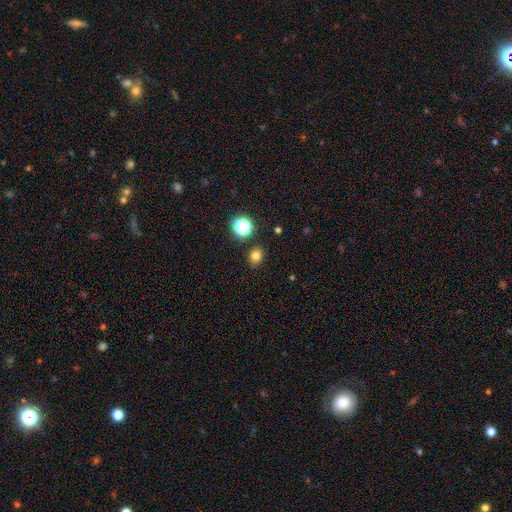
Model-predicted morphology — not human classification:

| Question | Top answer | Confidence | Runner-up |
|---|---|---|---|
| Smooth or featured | smooth | 77% | star or artifact (17%) |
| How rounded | round | 68% | in between (31%) |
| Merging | none | 87% | minor disturbance (8%) |